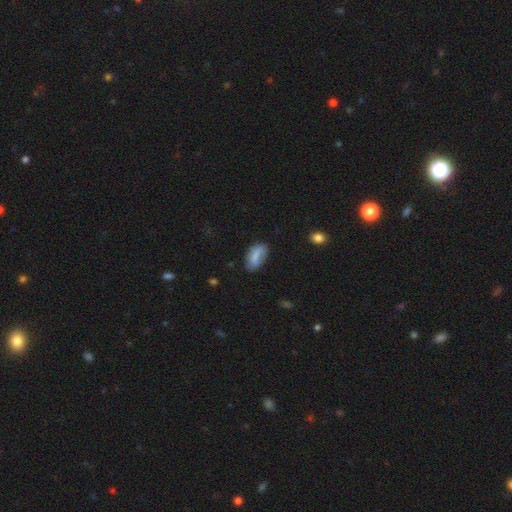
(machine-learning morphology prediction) type=smooth (77%); roundness=in between (89%); merging=none (61%).